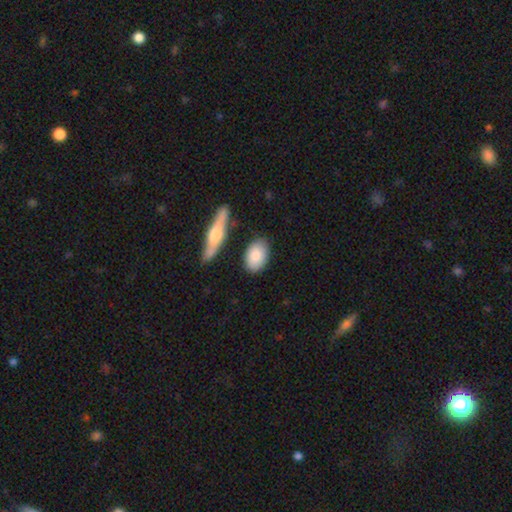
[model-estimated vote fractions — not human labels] smooth 83%, featured or disk 12%, star or artifact 5%. Down the decision tree: how rounded — in between (87%); merging — none (81%).